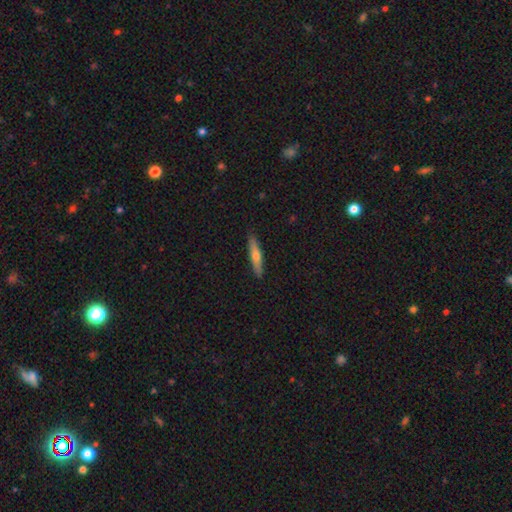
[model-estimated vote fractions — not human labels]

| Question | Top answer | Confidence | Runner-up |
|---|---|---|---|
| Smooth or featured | smooth | 50% | featured or disk (44%) |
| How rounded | cigar-shaped | 88% | in between (10%) |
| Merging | none | 91% | minor disturbance (7%) |